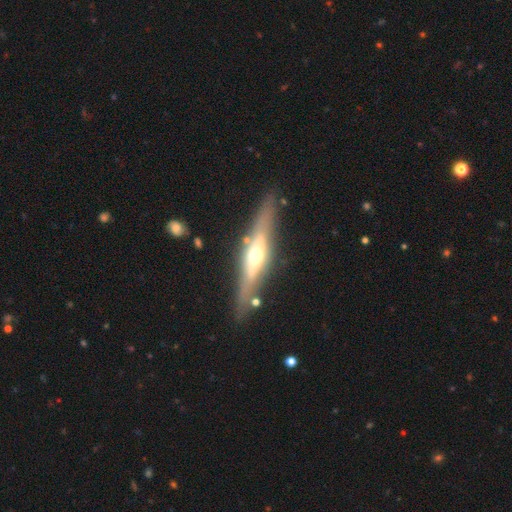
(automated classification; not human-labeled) Morphology: type=featured or disk (69%); edge-on=yes (89%); edge-on bulge=rounded (89%); merging=none (81%).